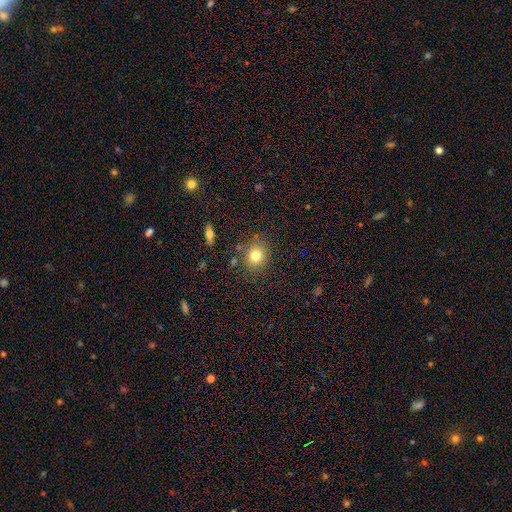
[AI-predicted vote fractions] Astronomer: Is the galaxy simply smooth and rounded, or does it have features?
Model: smooth — 79%.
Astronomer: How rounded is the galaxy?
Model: round — 72%.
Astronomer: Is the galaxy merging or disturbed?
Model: none — 82%.